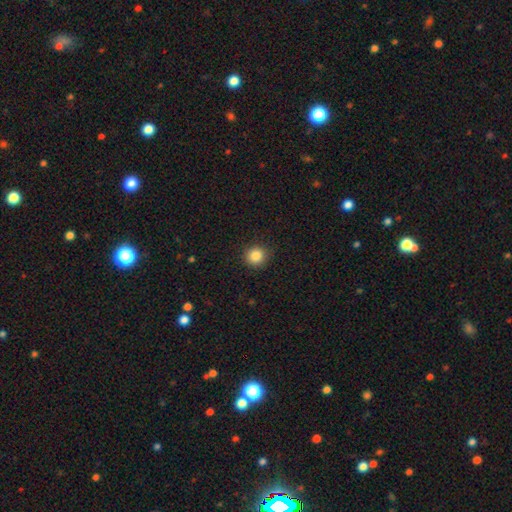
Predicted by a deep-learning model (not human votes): This appears to be a smooth galaxy with no disk features (85%) that is round (91%). Merging: none (90%).